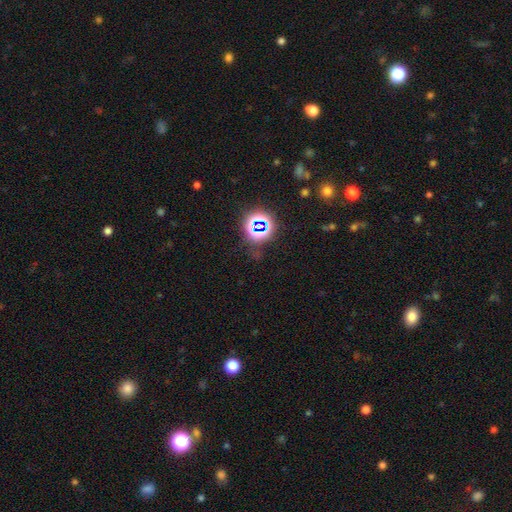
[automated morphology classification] star or artifact 76%, smooth 16%, featured or disk 9%.